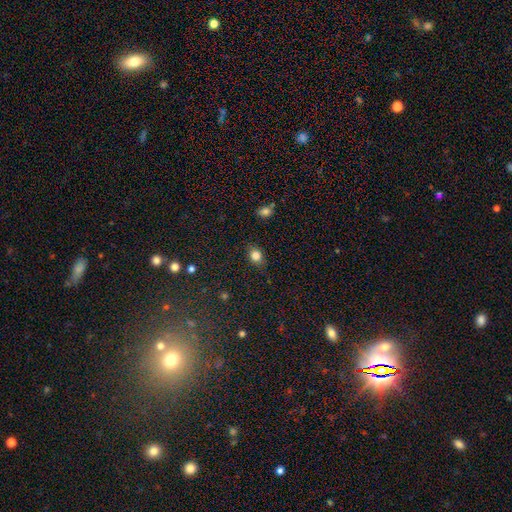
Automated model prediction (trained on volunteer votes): Q: Smooth or featured?
A: smooth (82%); runner-up: star or artifact (11%)
Q: How rounded?
A: in between (51%); runner-up: round (47%)
Q: Merging?
A: none (81%); runner-up: minor disturbance (14%)